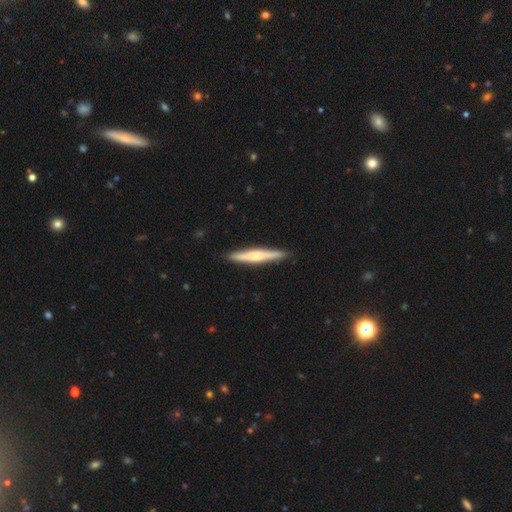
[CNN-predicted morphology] smooth_or_featured: featured or disk (p=0.53) [alt: smooth p=0.42]
disk_edge_on: yes (p=0.96) [alt: no p=0.04]
edge_on_bulge: rounded (p=0.71) [alt: none p=0.21]
merging: none (p=0.90) [alt: minor disturbance p=0.07]